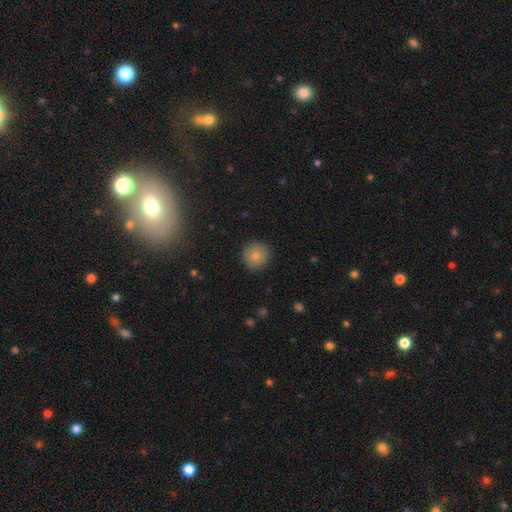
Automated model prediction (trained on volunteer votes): Smooth or featured? smooth (79%)
How rounded? round (94%)
Merging? none (87%)